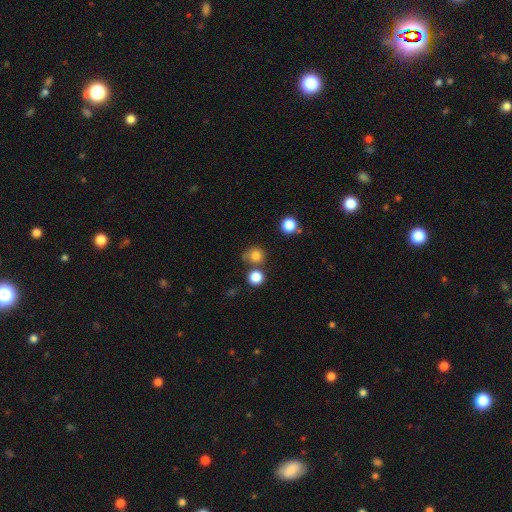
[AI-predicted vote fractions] This is likely a smooth galaxy (80%). How rounded: clearly round (88%). Merging: likely none (67%).